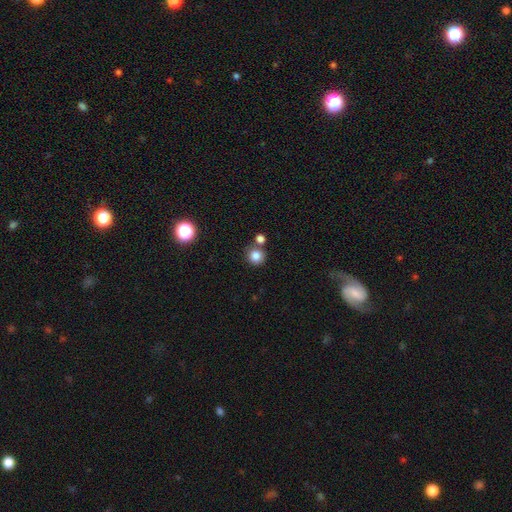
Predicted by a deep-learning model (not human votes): Morphology: type=smooth (83%); roundness=round (93%); merging=none (70%).